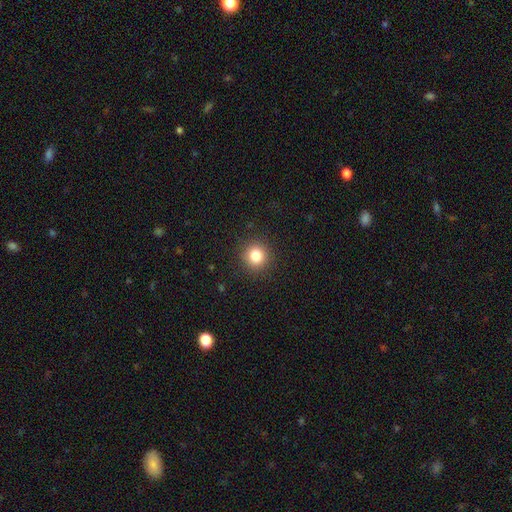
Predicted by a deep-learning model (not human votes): Q: Smooth or featured?
A: smooth (83%); runner-up: star or artifact (12%)
Q: How rounded?
A: round (92%); runner-up: in between (7%)
Q: Merging?
A: none (91%); runner-up: minor disturbance (6%)